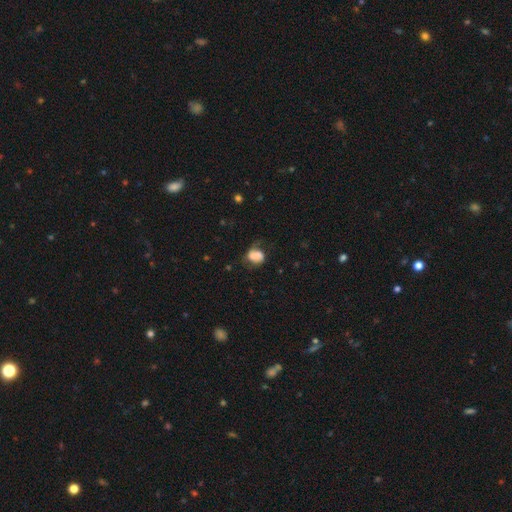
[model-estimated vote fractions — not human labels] The model was most divided on "merging": none: 42%, minor disturbance: 31%, major disturbance: 24%, merger: 3%. More confident: smooth or featured — smooth (65%); how rounded — in between (62%).